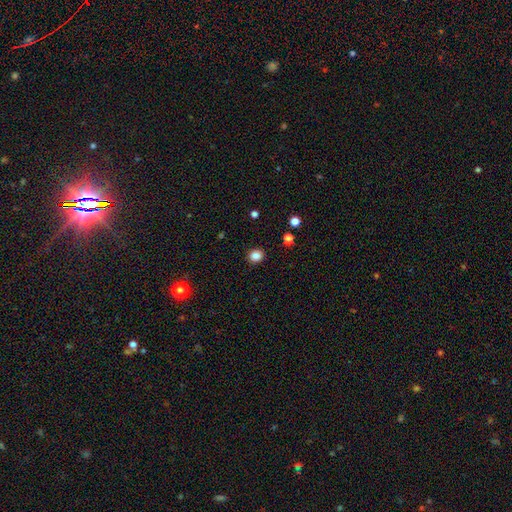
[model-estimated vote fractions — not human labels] Morphology: type=smooth (85%); roundness=round (77%); merging=none (91%).